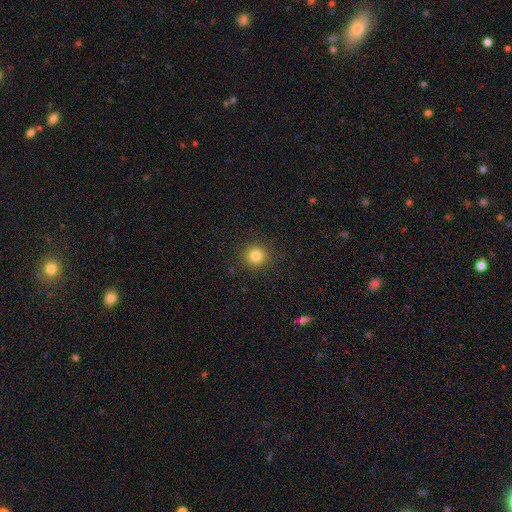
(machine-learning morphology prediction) Smooth or featured?
  - smooth: 81% *
  - star or artifact: 13%
  - featured or disk: 6%
How rounded?
  - round: 91% *
  - in between: 8%
  - cigar-shaped: 1%
Merging?
  - none: 90% *
  - minor disturbance: 7%
  - major disturbance: 2%
  - merger: 1%